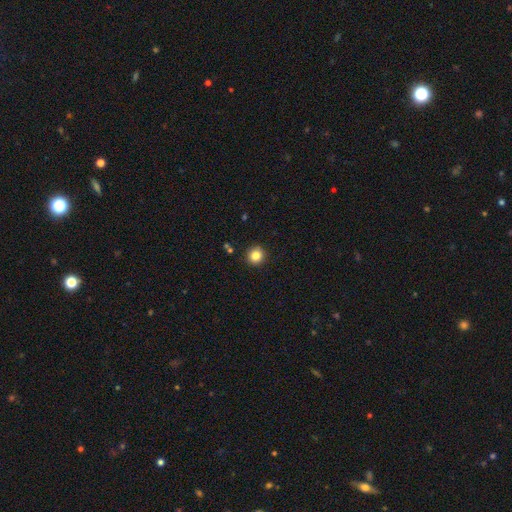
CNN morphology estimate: A smooth galaxy with no disk features (84%) that is round (94%).

Vote fractions:
- Smooth or featured? smooth: 84% / star or artifact: 11% / featured or disk: 5%
- How rounded? round: 94% / in between: 5% / cigar-shaped: 1%
- Merging? none: 91% / minor disturbance: 6% / major disturbance: 2% / merger: 2%